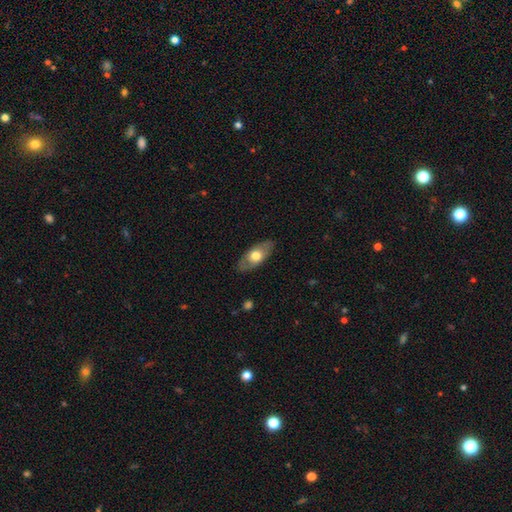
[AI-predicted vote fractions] smooth-or-featured: smooth: 57% | featured or disk: 38% | star or artifact: 5%
  how-rounded: in between: 88% | cigar-shaped: 8% | round: 4%
  merging: none: 85% | minor disturbance: 12% | major disturbance: 3% | merger: 1%